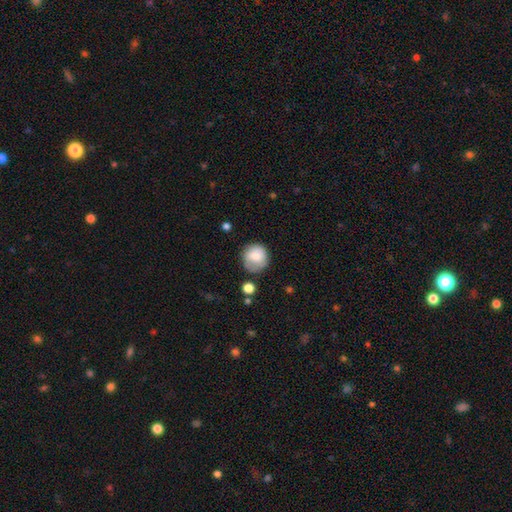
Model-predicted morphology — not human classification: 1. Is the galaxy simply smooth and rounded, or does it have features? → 77% smooth, 15% featured or disk, 8% star or artifact.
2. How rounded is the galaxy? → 87% round, 12% in between, 1% cigar-shaped.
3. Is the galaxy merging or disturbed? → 64% none, 23% minor disturbance, 9% major disturbance, 4% merger.